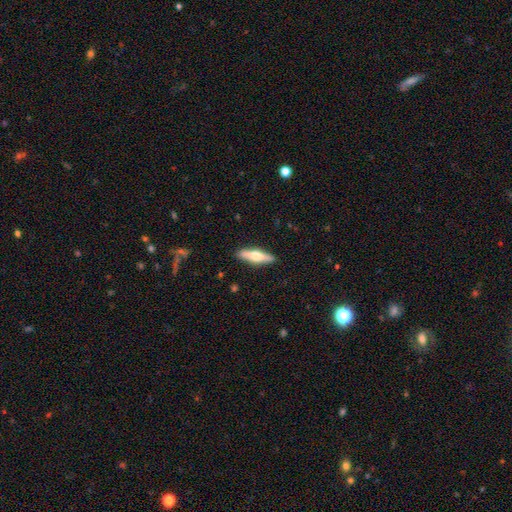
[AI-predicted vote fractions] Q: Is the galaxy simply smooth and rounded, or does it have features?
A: smooth — 48%.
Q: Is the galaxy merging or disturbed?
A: none — 90%.